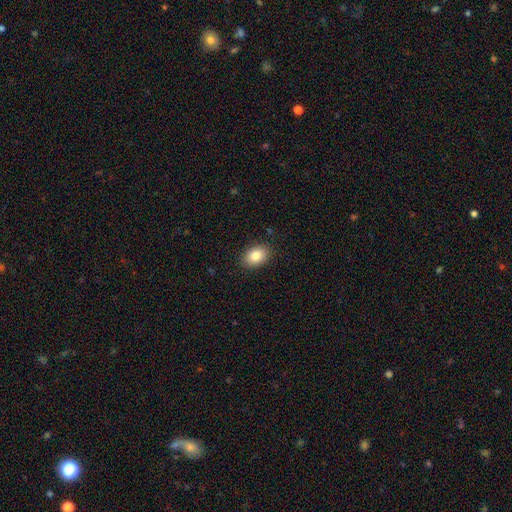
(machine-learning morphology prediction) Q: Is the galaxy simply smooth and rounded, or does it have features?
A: smooth — 84%.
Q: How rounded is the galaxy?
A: in between — 81%.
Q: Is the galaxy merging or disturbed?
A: none — 88%.